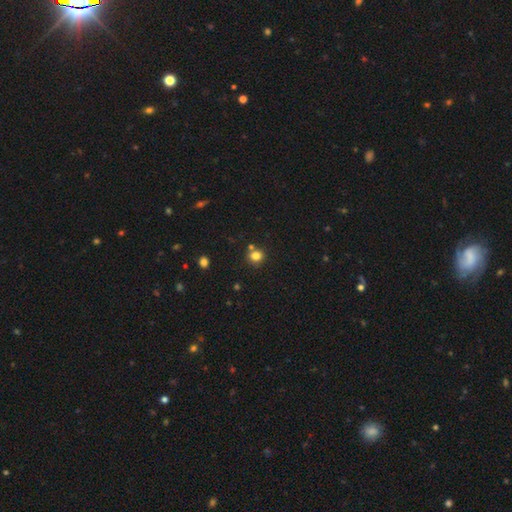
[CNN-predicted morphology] This appears to be a smooth galaxy with no disk features (81%) that is round (84%). Merging: none (74%).